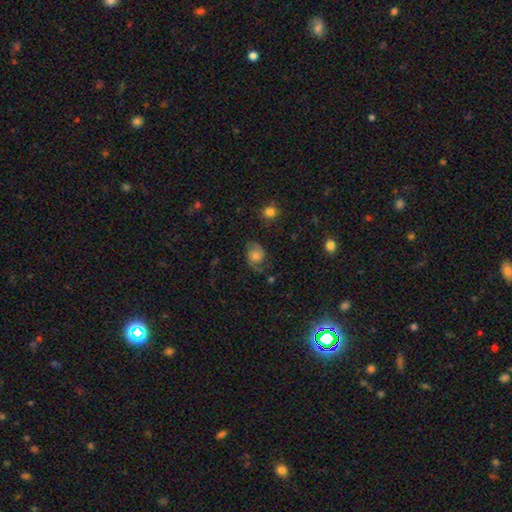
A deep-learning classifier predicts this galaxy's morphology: The model was most divided on "smooth or featured": featured or disk: 51%, smooth: 38%, star or artifact: 11%. More confident: edge-on disk — no (97%); merging — none (62%).